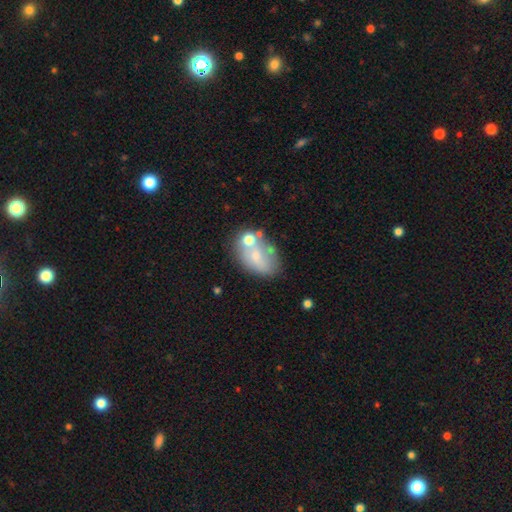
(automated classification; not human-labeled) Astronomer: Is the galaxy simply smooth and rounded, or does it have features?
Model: smooth — 54% (runner-up: featured or disk, 34%).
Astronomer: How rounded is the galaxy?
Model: in between — 84%.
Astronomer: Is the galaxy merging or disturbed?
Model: none — 47% (runner-up: minor disturbance, 22%).